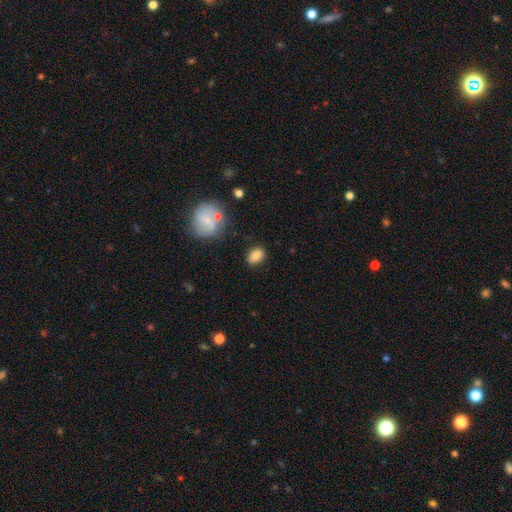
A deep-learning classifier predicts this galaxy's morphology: Q: Smooth or featured?
A: smooth (85%); runner-up: star or artifact (9%)
Q: How rounded?
A: in between (84%); runner-up: round (14%)
Q: Merging?
A: none (83%); runner-up: minor disturbance (11%)